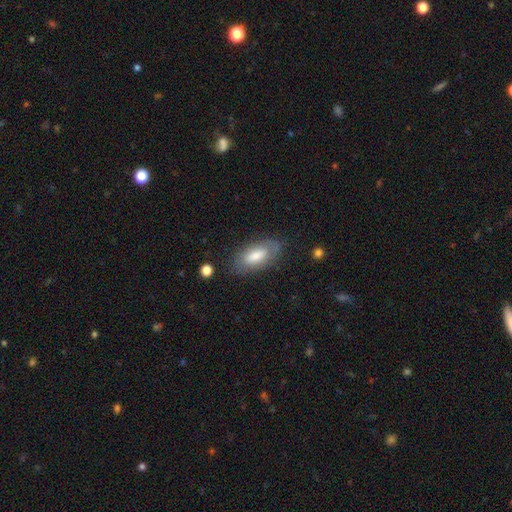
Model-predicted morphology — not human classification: smooth_or_featured: smooth (p=0.67) [alt: featured or disk p=0.26]
how_rounded: in between (p=0.86) [alt: cigar-shaped p=0.11]
merging: none (p=0.77) [alt: minor disturbance p=0.16]